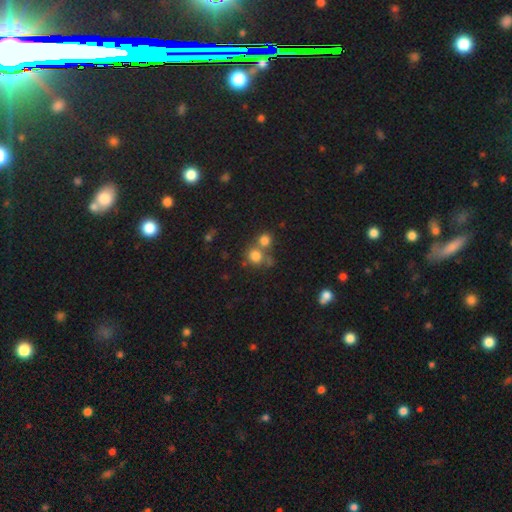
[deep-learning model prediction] Morphology: type=smooth (77%); roundness=round (87%); merging=none (52%).